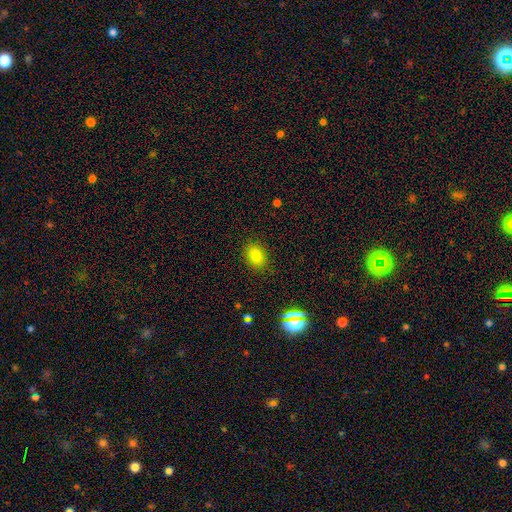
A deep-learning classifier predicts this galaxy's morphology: smooth_or_featured: smooth (p=0.80) [alt: star or artifact p=0.13]
how_rounded: in between (p=0.70) [alt: round p=0.29]
merging: none (p=0.86) [alt: minor disturbance p=0.10]